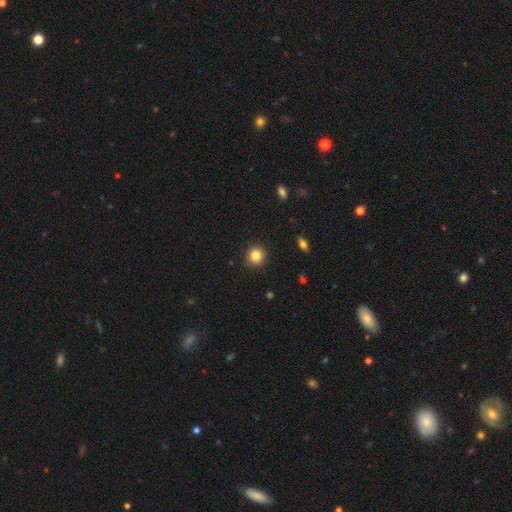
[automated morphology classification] Overall: smooth (84%). How rounded: round (91%). Merging: none (90%).